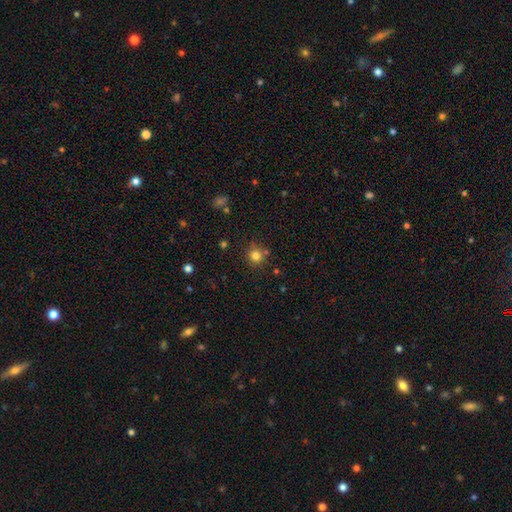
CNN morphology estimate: smooth-or-featured: smooth: 80% | star or artifact: 13% | featured or disk: 6%
  how-rounded: round: 92% | in between: 7% | cigar-shaped: 1%
  merging: none: 79% | minor disturbance: 10% | merger: 7% | major disturbance: 3%